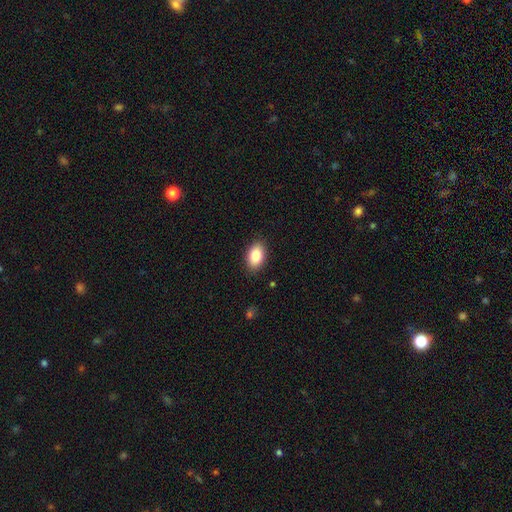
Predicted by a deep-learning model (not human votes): Smooth or featured? Predicted: smooth (p=0.86). How rounded? Predicted: in between (p=0.89). Merging? Predicted: none (p=0.88).